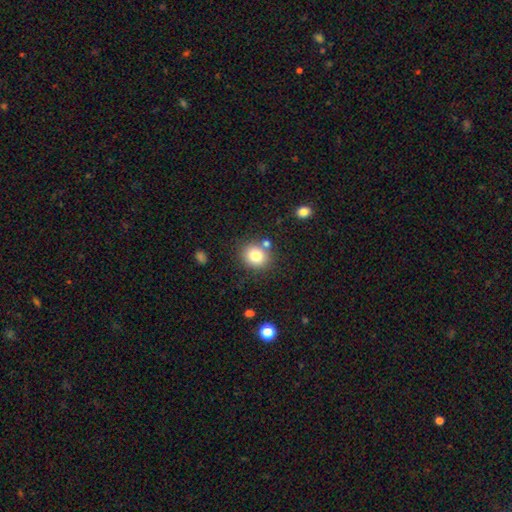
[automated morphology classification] Smooth or featured? smooth (80%)
How rounded? round (76%)
Merging? none (77%)